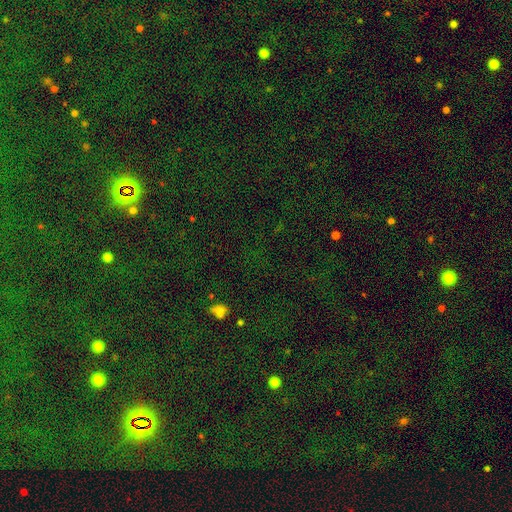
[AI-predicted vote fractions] A star or artifact, not a galaxy (81%).

Vote fractions:
- Smooth or featured? star or artifact: 81% / smooth: 12% / featured or disk: 7%